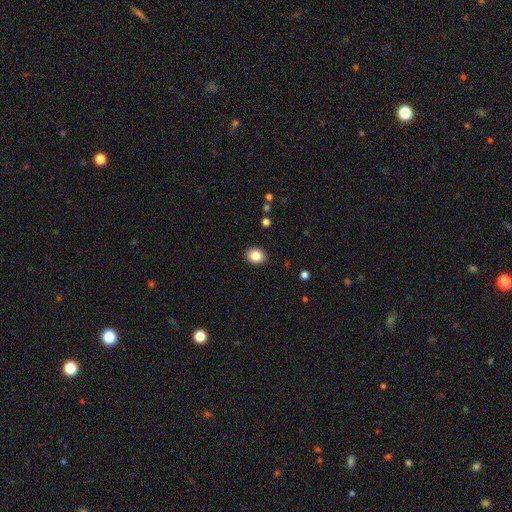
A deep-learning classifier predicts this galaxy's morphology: The model was most divided on "how rounded": in between: 51%, round: 48%, cigar-shaped: 1%. More confident: merging — none (90%); smooth or featured — smooth (85%).